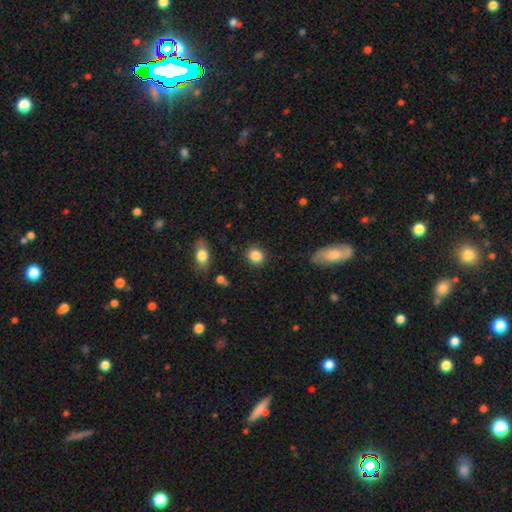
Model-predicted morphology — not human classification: Smooth or featured?
  - smooth: 86% *
  - star or artifact: 9%
  - featured or disk: 5%
How rounded?
  - round: 77% *
  - in between: 21%
  - cigar-shaped: 1%
Merging?
  - none: 87% *
  - minor disturbance: 9%
  - major disturbance: 3%
  - merger: 2%